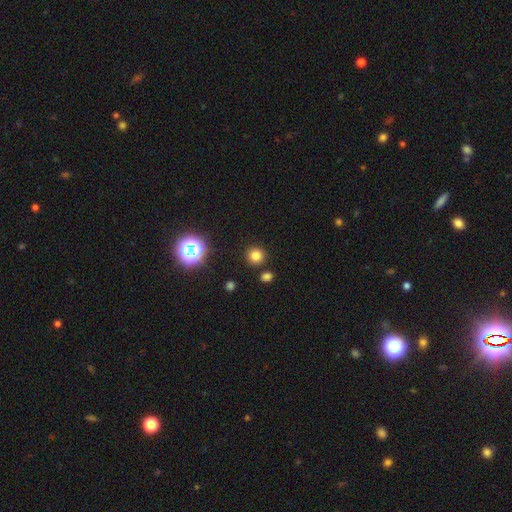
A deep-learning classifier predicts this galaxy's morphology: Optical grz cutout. It shows a smooth galaxy with no disk features (79%) that is round (93%). Merging: none (87%).